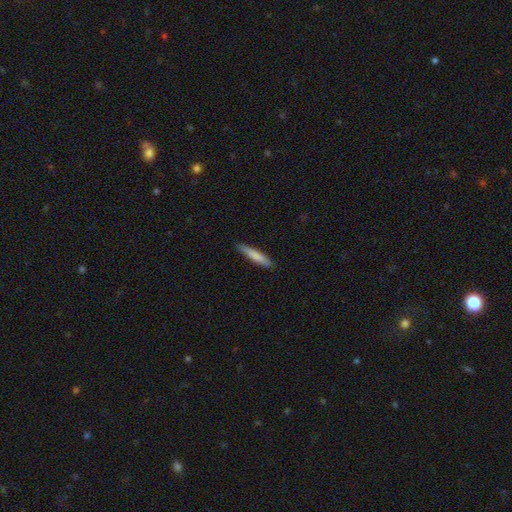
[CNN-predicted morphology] Q: Smooth or featured?
A: smooth (79%); runner-up: featured or disk (16%)
Q: How rounded?
A: cigar-shaped (91%); runner-up: in between (8%)
Q: Merging?
A: none (87%); runner-up: minor disturbance (10%)